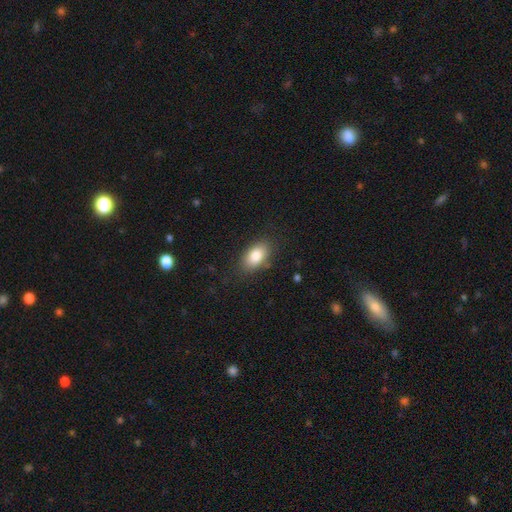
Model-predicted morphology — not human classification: Smooth or featured?
  - smooth: 83% *
  - featured or disk: 9%
  - star or artifact: 8%
How rounded?
  - in between: 91% *
  - round: 7%
  - cigar-shaped: 3%
Merging?
  - none: 83% *
  - minor disturbance: 12%
  - major disturbance: 4%
  - merger: 1%